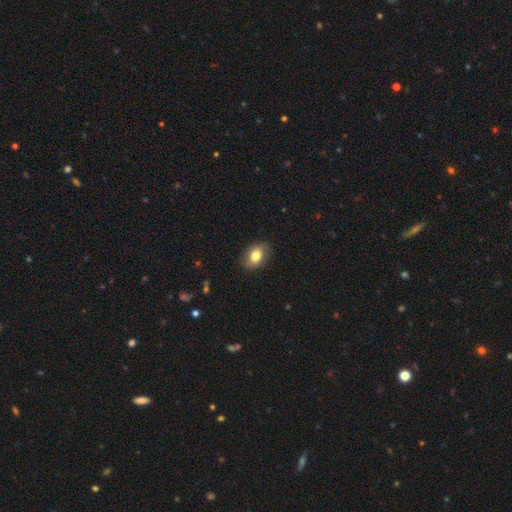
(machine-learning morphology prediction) Q: Smooth or featured?
A: smooth (75%); runner-up: featured or disk (18%)
Q: How rounded?
A: in between (77%); runner-up: round (21%)
Q: Merging?
A: none (83%); runner-up: minor disturbance (13%)